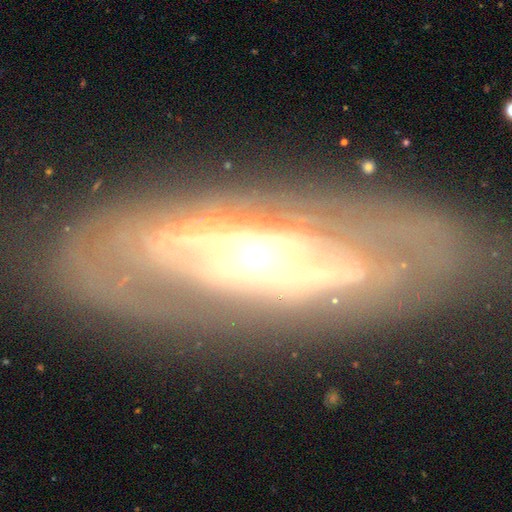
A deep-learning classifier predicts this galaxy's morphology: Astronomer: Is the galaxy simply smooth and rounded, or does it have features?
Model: featured or disk — 80%.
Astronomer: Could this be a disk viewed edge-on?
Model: no — 80%.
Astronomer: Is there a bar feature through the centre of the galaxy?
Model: no — 60%.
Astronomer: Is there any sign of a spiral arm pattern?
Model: yes — 61% (runner-up: no, 39%).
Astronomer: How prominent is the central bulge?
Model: moderate — 58%.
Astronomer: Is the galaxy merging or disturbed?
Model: none — 74%.